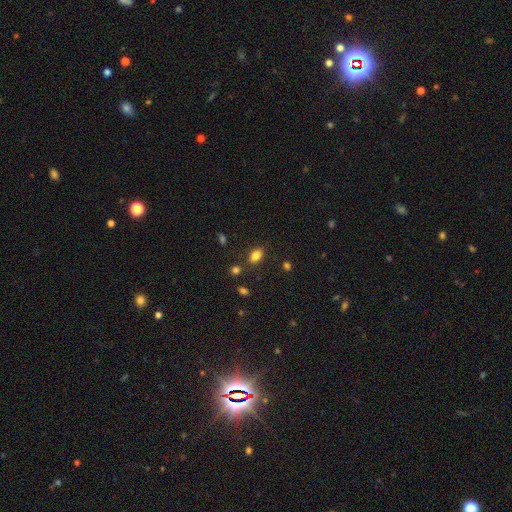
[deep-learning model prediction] Overall: smooth (82%). How rounded: in between (80%). Merging: none (80%).